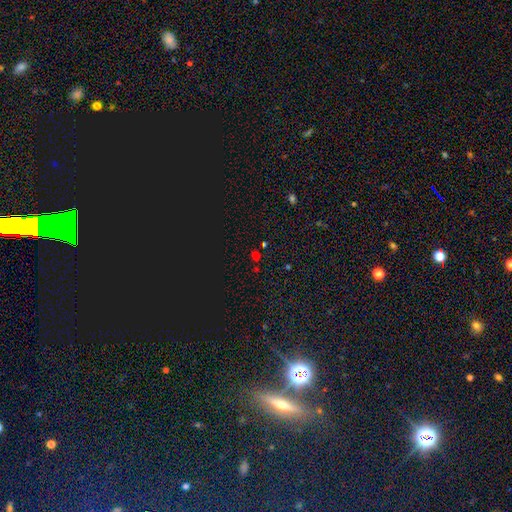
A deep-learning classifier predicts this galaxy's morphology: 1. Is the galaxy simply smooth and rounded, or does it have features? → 55% star or artifact, 39% smooth, 6% featured or disk.